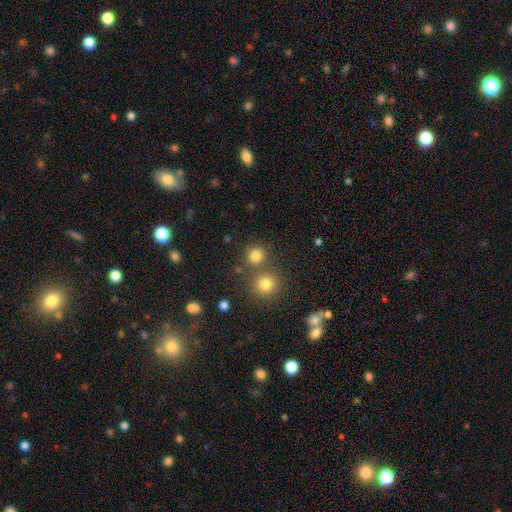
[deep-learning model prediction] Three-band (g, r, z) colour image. It shows a smooth galaxy with no disk features (79%) that is round (89%). Merging: none (69%).